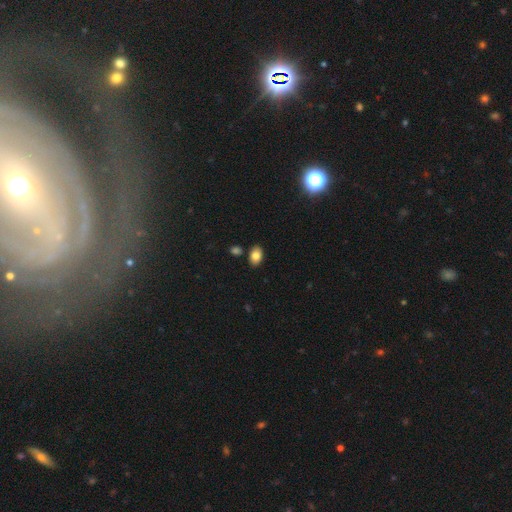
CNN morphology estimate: This is clearly a smooth galaxy (83%). How rounded: clearly in between (85%). Merging: clearly none (83%).